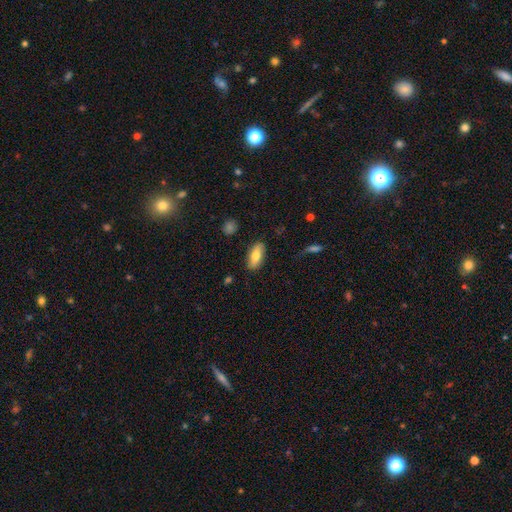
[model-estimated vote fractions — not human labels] A smooth galaxy with no disk features (72%) that is in between round and cigar-shaped (81%). Merging: none (86%).